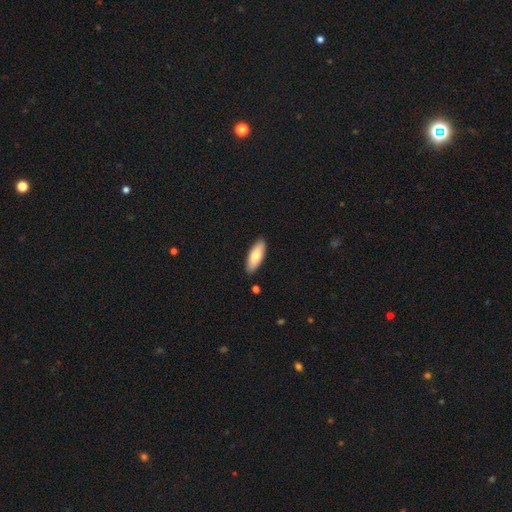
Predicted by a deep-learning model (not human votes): smooth-or-featured: smooth: 74% | featured or disk: 20% | star or artifact: 6%
  how-rounded: in between: 69% | cigar-shaped: 29% | round: 2%
  merging: none: 88% | minor disturbance: 8% | merger: 2% | major disturbance: 2%